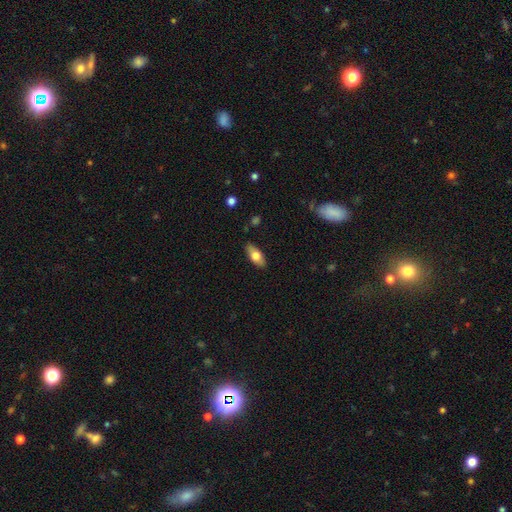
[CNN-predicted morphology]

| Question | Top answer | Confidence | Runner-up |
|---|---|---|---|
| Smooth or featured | smooth | 71% | featured or disk (22%) |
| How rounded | in between | 85% | cigar-shaped (12%) |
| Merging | none | 86% | minor disturbance (11%) |